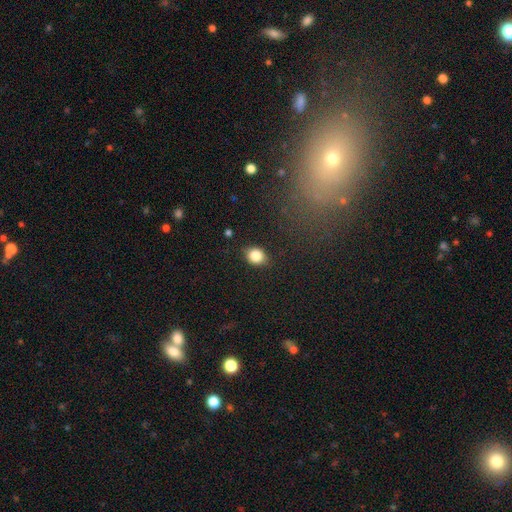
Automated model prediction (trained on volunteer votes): This is clearly a smooth galaxy (84%). How rounded: likely round (60%). Merging: clearly none (84%).